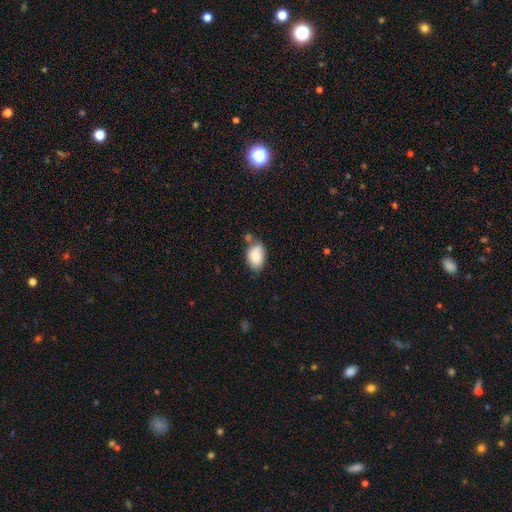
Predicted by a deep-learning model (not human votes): A smooth galaxy with no disk features (79%) that is in between round and cigar-shaped (90%). Merging: none (50%).